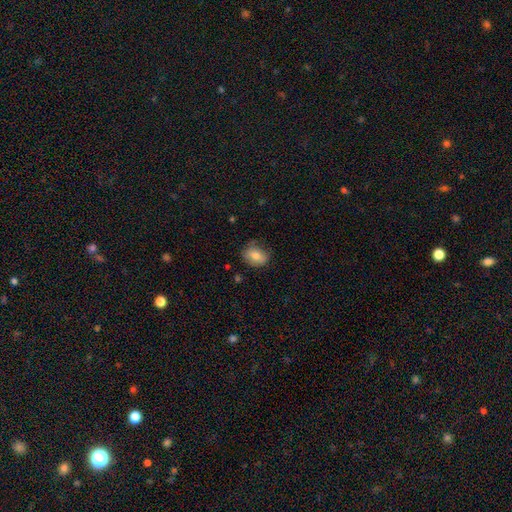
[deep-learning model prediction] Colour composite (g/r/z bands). It shows a smooth galaxy with no disk features (78%) that is in between round and cigar-shaped (65%). Merging: none (72%).